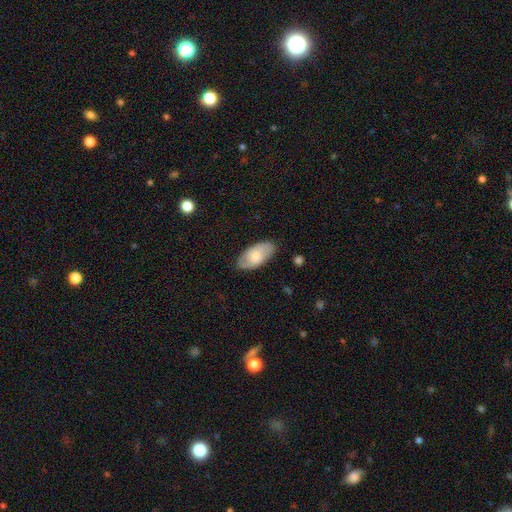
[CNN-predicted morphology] A smooth galaxy with no disk features (58%) that is in between round and cigar-shaped (94%).

Vote fractions:
- Smooth or featured? smooth: 58% / featured or disk: 36% / star or artifact: 6%
- How rounded? in between: 94% / cigar-shaped: 3% / round: 3%
- Merging? none: 81% / minor disturbance: 15% / major disturbance: 3% / merger: 1%